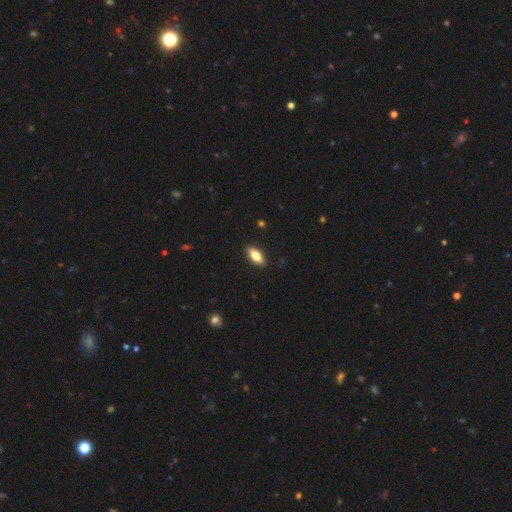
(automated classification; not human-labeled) This appears to be a smooth galaxy with no disk features (73%) that is in between round and cigar-shaped (81%). Merging: none (89%).